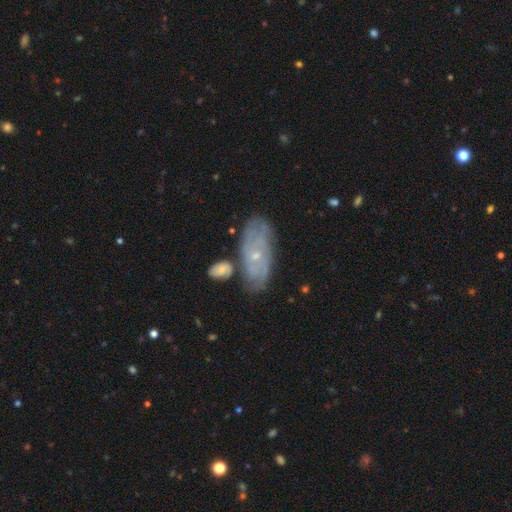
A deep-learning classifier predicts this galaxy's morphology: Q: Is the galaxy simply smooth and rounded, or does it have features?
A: featured or disk — 74%.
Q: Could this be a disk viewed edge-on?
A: no — 92%.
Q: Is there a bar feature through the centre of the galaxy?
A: no — 74%.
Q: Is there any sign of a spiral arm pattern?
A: yes — 85%.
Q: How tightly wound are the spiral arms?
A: tight — 63%.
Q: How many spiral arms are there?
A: can't tell — 52%.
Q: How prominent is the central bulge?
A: small — 76%.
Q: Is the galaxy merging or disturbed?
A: none — 64%.